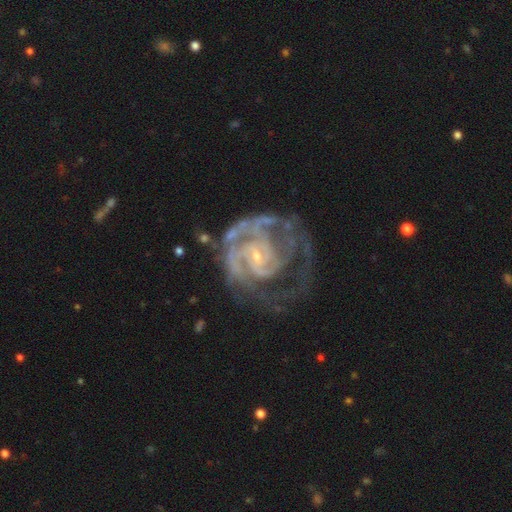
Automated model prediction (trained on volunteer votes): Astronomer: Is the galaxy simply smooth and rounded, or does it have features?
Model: featured or disk — 89%.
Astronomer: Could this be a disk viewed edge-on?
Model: no — 98%.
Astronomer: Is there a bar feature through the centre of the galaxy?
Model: no — 54% (runner-up: weak, 36%).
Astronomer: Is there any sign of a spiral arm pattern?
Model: yes — 95%.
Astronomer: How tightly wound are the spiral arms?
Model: tight — 57% (runner-up: medium, 34%).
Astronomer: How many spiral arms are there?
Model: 2 — 32% (runner-up: can't tell, 27%).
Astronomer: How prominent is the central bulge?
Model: small — 81%.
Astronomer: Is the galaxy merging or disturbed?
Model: none — 42% (runner-up: major disturbance, 33%).